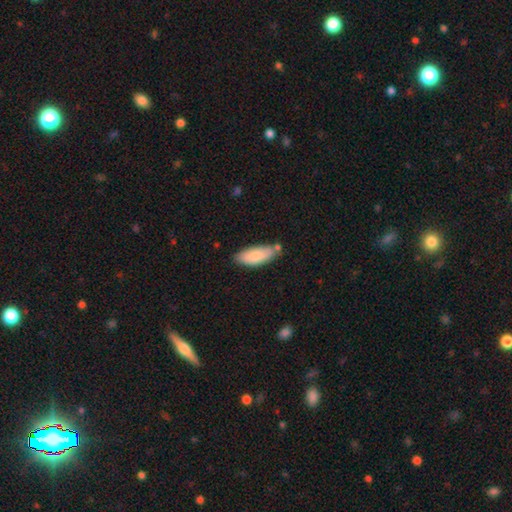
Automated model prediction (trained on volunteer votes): Smooth or featured? Predicted: smooth (p=0.83). How rounded? Predicted: in between (p=0.77). Merging? Predicted: none (p=0.65).